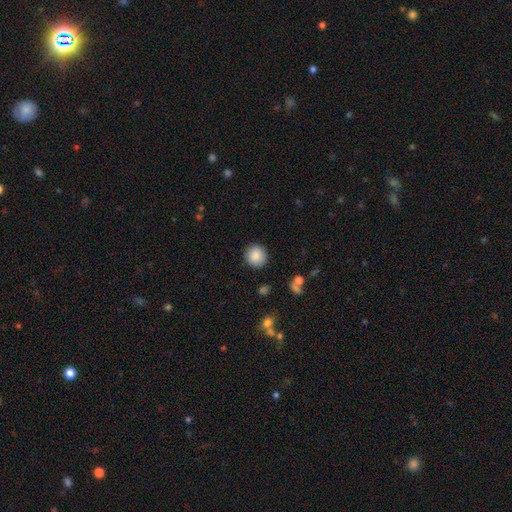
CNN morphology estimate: type=smooth (88%); roundness=round (91%); merging=none (90%).